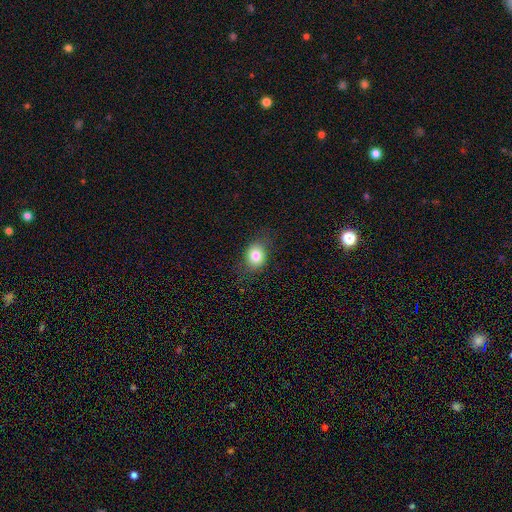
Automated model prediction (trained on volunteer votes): This appears to be a smooth galaxy with no disk features (81%) that is round (50%). Merging: none (77%).